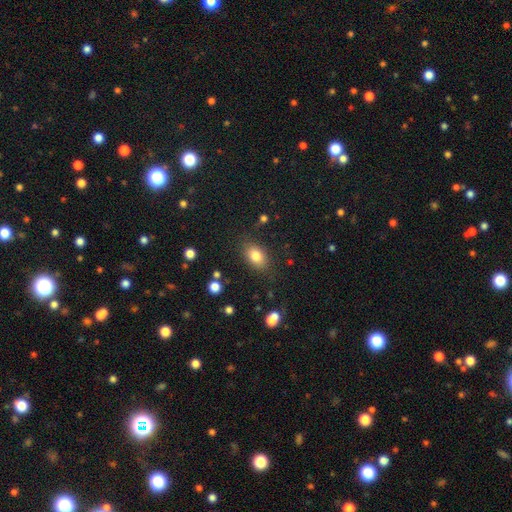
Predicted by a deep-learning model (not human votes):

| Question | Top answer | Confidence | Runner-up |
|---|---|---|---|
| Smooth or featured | smooth | 81% | star or artifact (10%) |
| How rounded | in between | 81% | round (18%) |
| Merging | none | 82% | minor disturbance (12%) |